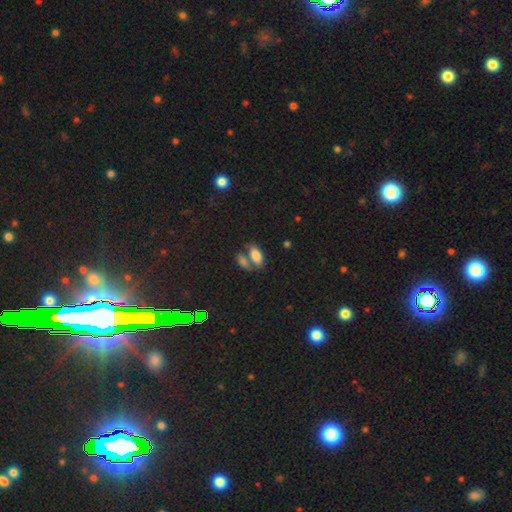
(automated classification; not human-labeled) Overall: smooth (80%). How rounded: in between (90%). Merging: merger (48%; none 36%).